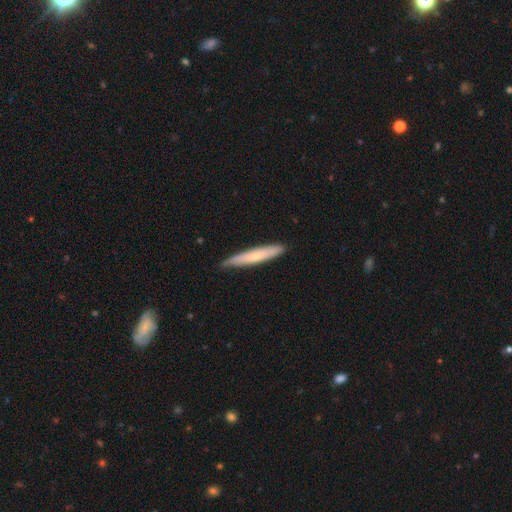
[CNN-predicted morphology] The model was most divided on "smooth or featured": smooth: 62%, featured or disk: 33%, star or artifact: 5%. More confident: how rounded — cigar-shaped (94%); merging — none (81%).